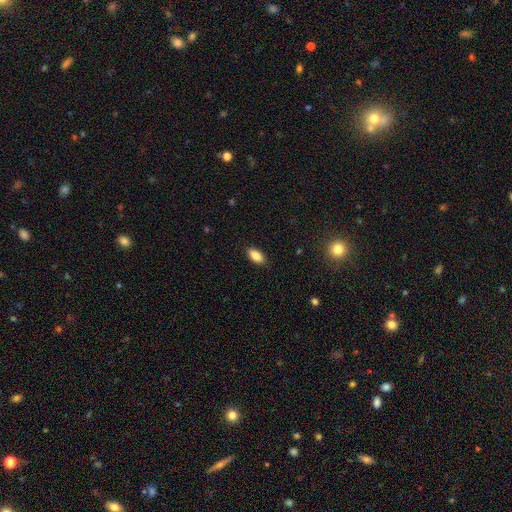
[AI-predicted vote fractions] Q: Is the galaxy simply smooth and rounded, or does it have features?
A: smooth — 88%.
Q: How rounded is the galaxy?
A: in between — 91%.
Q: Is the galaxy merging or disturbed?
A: none — 87%.